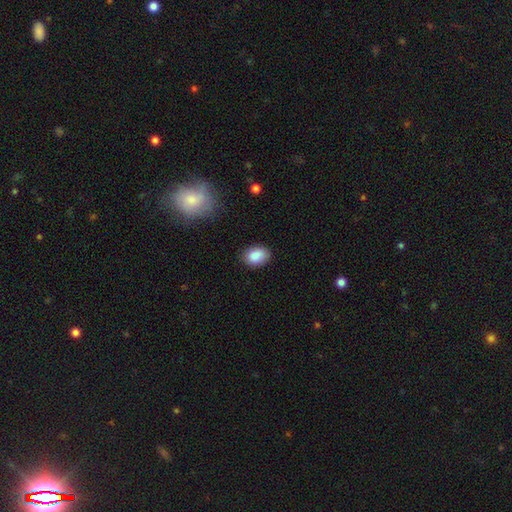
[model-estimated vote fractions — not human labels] Overall: smooth (88%). How rounded: in between (79%). Merging: none (82%).